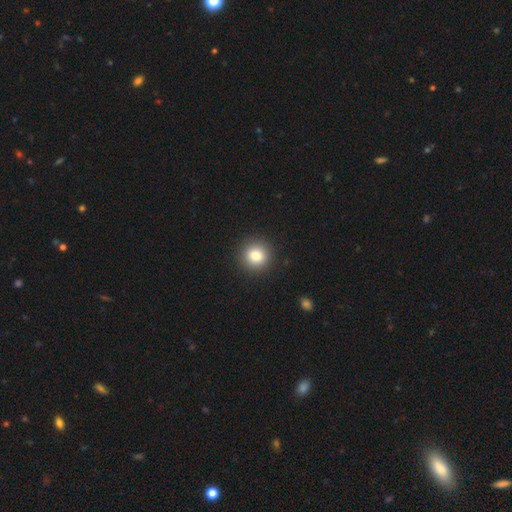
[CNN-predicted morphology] smooth-or-featured: smooth: 82% | star or artifact: 11% | featured or disk: 7%
  how-rounded: round: 93% | in between: 7% | cigar-shaped: 1%
  merging: none: 92% | minor disturbance: 5% | major disturbance: 2% | merger: 1%